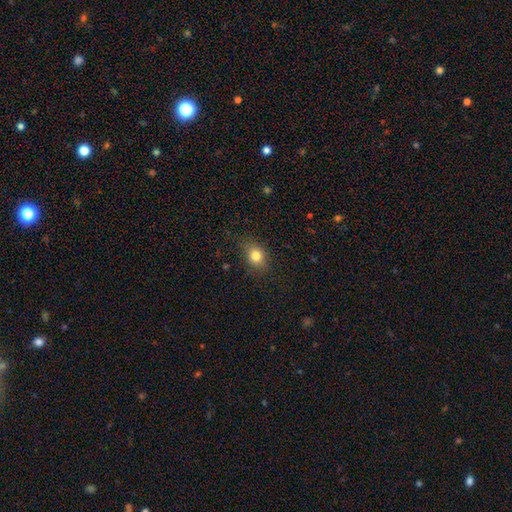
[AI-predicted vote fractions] Smooth or featured? smooth (80%)
How rounded? round (50%)
Merging? none (81%)